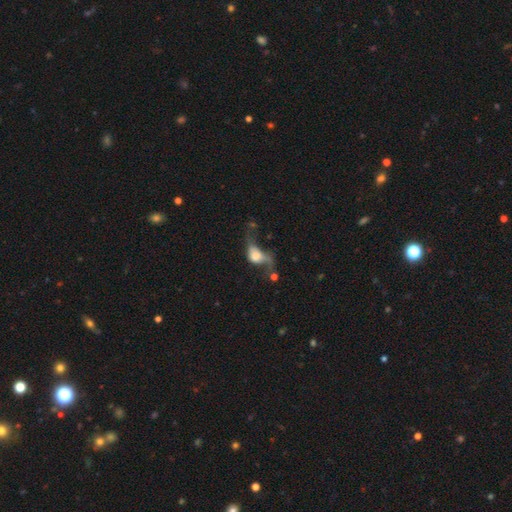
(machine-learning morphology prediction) This is possibly a smooth galaxy (46%). Merging: possibly major disturbance (50%).